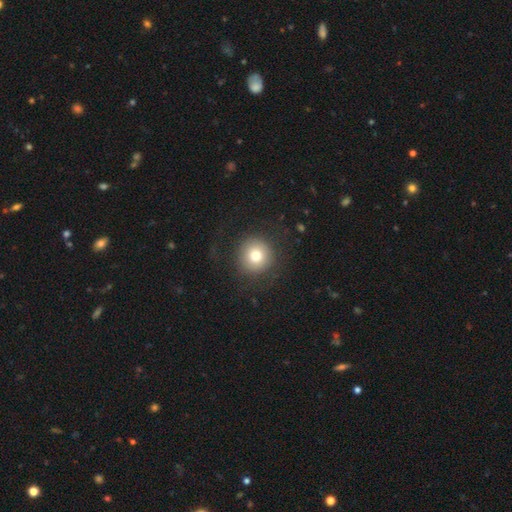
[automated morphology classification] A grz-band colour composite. It shows a smooth galaxy with no disk features (75%) that is round (95%). Merging: none (83%).